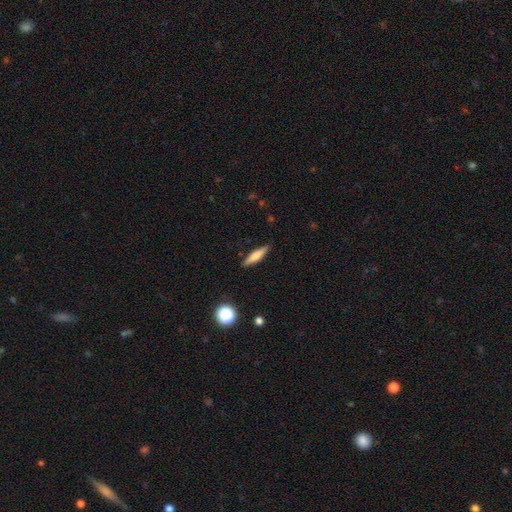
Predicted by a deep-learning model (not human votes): This appears to be a smooth galaxy with no disk features (63%) that is cigar-shaped (75%). Merging: none (87%).